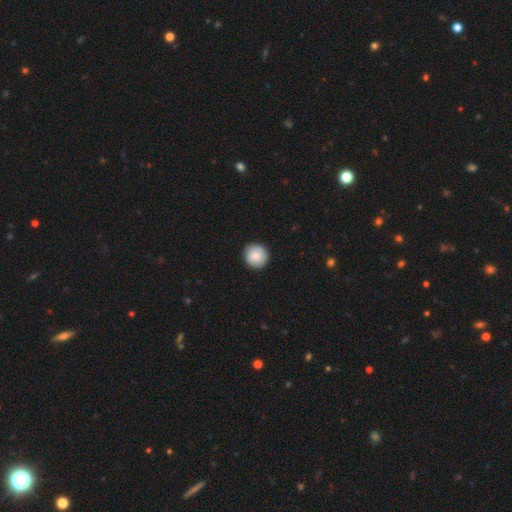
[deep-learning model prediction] This is clearly a smooth galaxy (84%). How rounded: clearly round (94%). Merging: clearly none (89%).